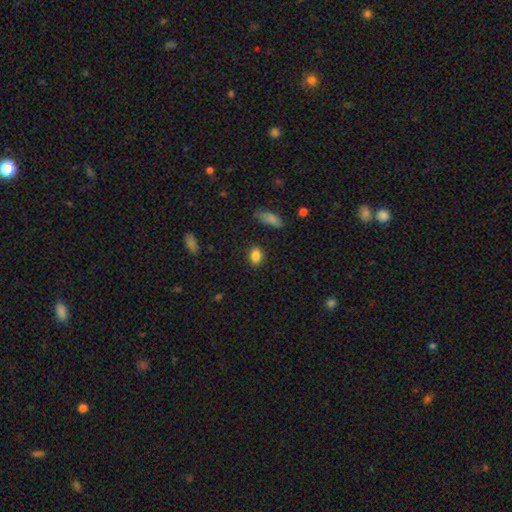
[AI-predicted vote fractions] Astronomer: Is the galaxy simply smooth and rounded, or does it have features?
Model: smooth — 84%.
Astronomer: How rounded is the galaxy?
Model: in between — 79%.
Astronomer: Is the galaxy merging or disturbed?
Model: none — 84%.